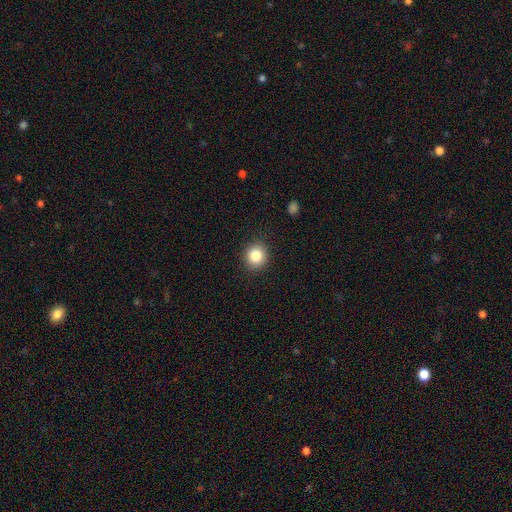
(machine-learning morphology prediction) Smooth or featured: smooth — 84% (star or artifact — 10%)
How rounded: round — 86% (in between — 13%)
Merging: none — 91% (minor disturbance — 6%)